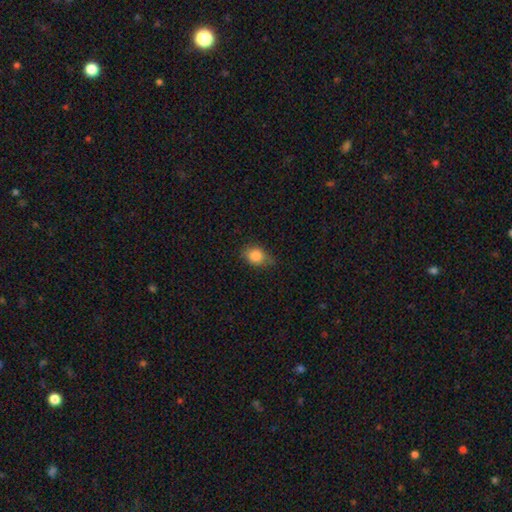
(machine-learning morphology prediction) Smooth or featured?
  - smooth: 84% *
  - star or artifact: 9%
  - featured or disk: 6%
How rounded?
  - in between: 53% *
  - round: 45%
  - cigar-shaped: 2%
Merging?
  - none: 64% *
  - minor disturbance: 29%
  - major disturbance: 6%
  - merger: 1%